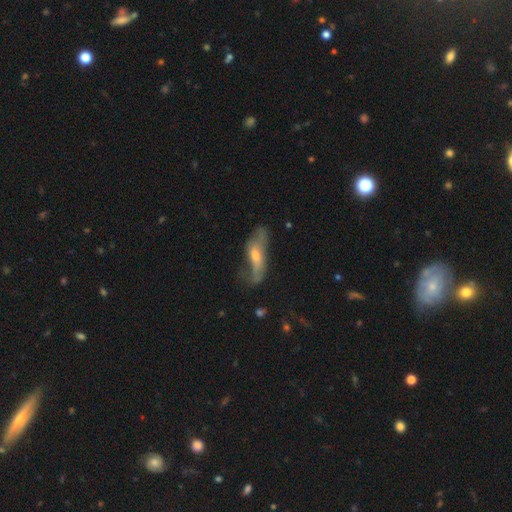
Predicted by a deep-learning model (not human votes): smooth-or-featured: featured or disk: 59% | smooth: 33% | star or artifact: 8%
  disk-edge-on: no: 66% | yes: 34%
  merging: none: 46% | minor disturbance: 29% | major disturbance: 22% | merger: 3%